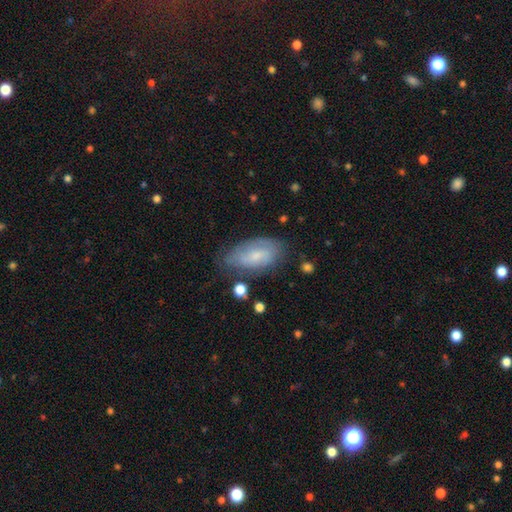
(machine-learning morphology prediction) A smooth galaxy with no disk features (49%).

Vote fractions:
- Smooth or featured? smooth: 49% / featured or disk: 43% / star or artifact: 8%
- Merging? none: 63% / minor disturbance: 26% / major disturbance: 8% / merger: 3%